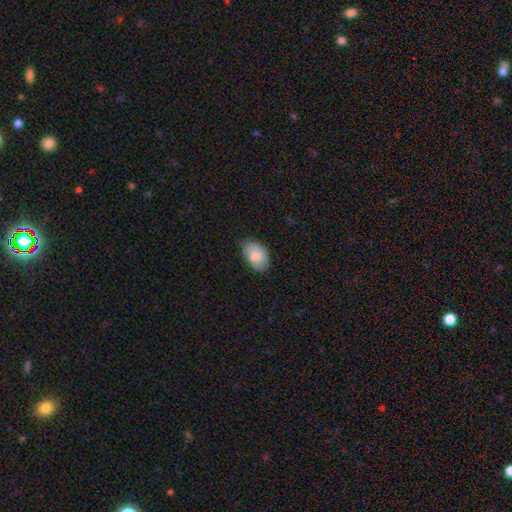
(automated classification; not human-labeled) Smooth or featured?
  - smooth: 71% *
  - featured or disk: 22%
  - star or artifact: 7%
How rounded?
  - in between: 89% *
  - round: 10%
  - cigar-shaped: 1%
Merging?
  - none: 72% *
  - minor disturbance: 22%
  - major disturbance: 4%
  - merger: 1%